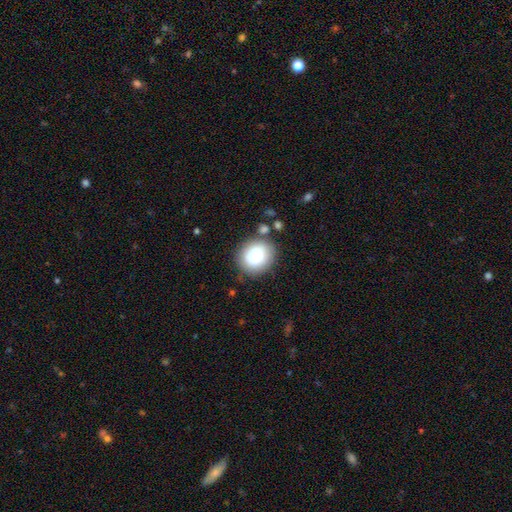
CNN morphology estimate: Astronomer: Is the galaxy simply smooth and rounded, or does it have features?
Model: smooth — 84%.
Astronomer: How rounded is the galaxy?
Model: round — 75%.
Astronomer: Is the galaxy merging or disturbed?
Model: none — 75%.